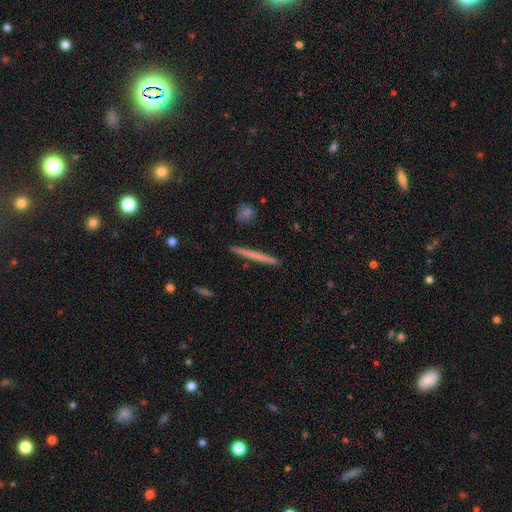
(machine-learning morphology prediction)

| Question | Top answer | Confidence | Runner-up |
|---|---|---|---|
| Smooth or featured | smooth | 57% | featured or disk (37%) |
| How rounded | cigar-shaped | 97% | round (2%) |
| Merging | none | 92% | minor disturbance (5%) |